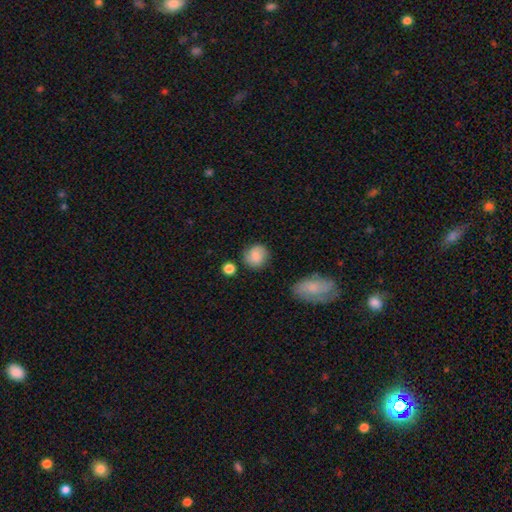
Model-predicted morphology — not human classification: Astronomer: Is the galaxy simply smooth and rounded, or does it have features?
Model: smooth — 78%.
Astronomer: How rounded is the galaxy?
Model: round — 81%.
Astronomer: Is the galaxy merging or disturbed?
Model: none — 74%.